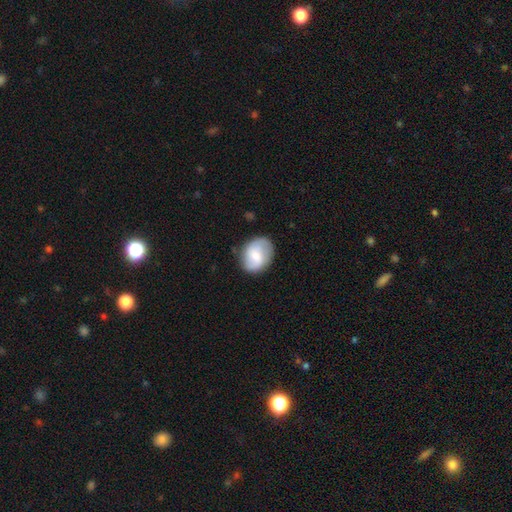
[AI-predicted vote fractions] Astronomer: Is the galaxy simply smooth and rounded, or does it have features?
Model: featured or disk — 48% (runner-up: smooth, 45%).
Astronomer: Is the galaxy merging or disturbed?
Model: none — 76%.